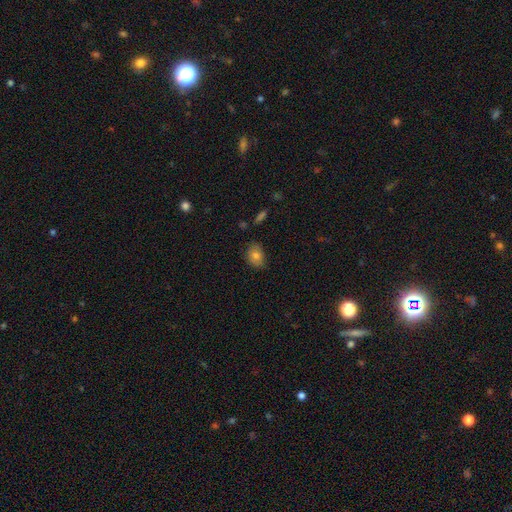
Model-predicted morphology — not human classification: smooth-or-featured: smooth: 78% | featured or disk: 13% | star or artifact: 9%
  how-rounded: in between: 70% | round: 29% | cigar-shaped: 1%
  merging: none: 76% | minor disturbance: 19% | major disturbance: 3% | merger: 2%